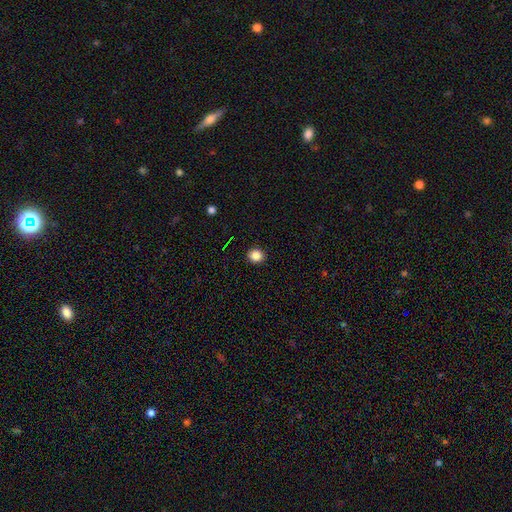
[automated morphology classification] This appears to be a smooth galaxy with no disk features (85%) that is round (85%). Merging: none (92%).